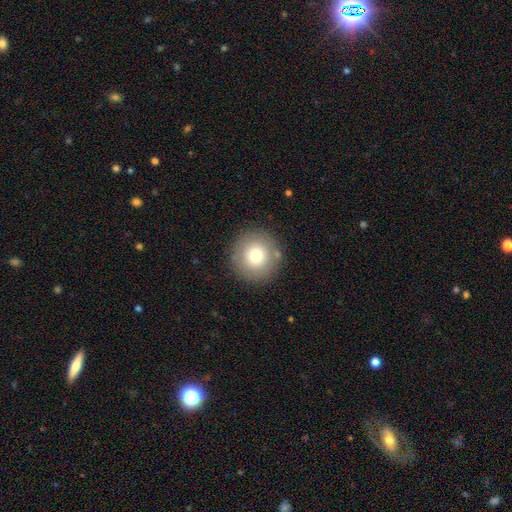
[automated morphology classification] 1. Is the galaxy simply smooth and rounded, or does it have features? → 75% smooth, 15% featured or disk, 11% star or artifact.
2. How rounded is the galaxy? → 95% round, 4% in between, 1% cigar-shaped.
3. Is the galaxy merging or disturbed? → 87% none, 8% minor disturbance, 3% major disturbance, 3% merger.